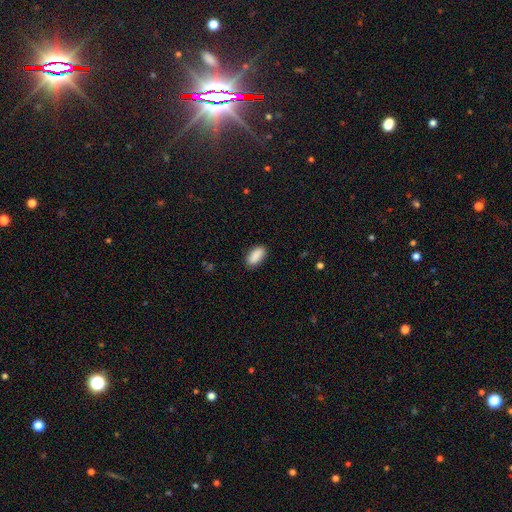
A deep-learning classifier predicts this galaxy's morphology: type=smooth (90%); roundness=in between (90%); merging=none (87%).